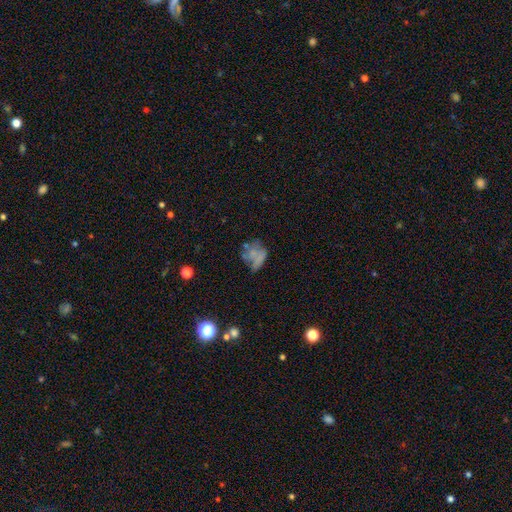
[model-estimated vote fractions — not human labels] smooth-or-featured: smooth: 53% | featured or disk: 34% | star or artifact: 13%
  how-rounded: in between: 52% | round: 47% | cigar-shaped: 2%
  merging: none: 38% | major disturbance: 27% | minor disturbance: 26% | merger: 9%